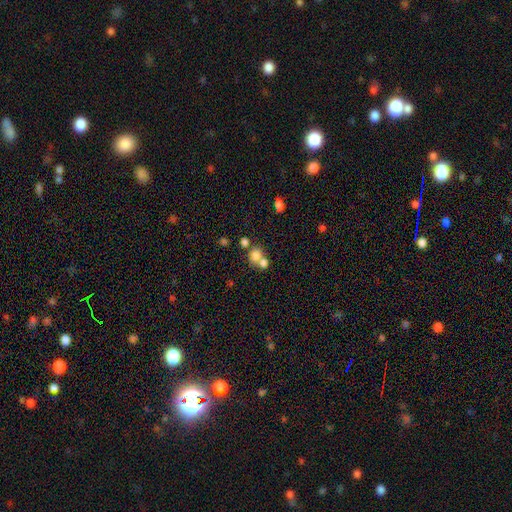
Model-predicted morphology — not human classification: Q: Smooth or featured?
A: smooth (75%); runner-up: star or artifact (13%)
Q: How rounded?
A: round (76%); runner-up: in between (23%)
Q: Merging?
A: merger (52%); runner-up: none (38%)